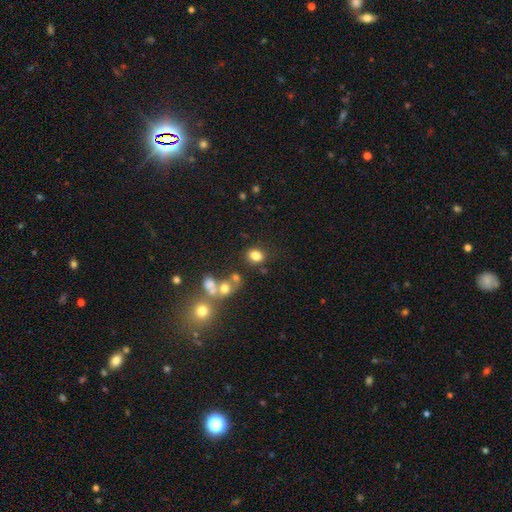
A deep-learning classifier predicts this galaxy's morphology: The model was most divided on "how rounded": in between: 51%, round: 48%, cigar-shaped: 1%. More confident: smooth or featured — smooth (79%); merging — none (75%).